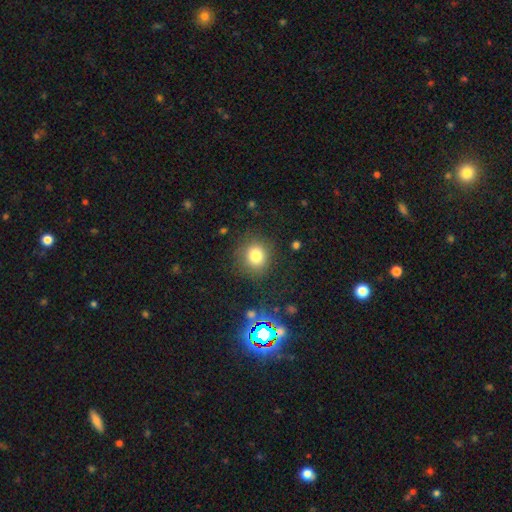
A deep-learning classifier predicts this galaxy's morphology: A smooth galaxy with no disk features (77%) that is round (85%).

Vote fractions:
- Smooth or featured? smooth: 77% / star or artifact: 15% / featured or disk: 8%
- How rounded? round: 85% / in between: 14% / cigar-shaped: 1%
- Merging? none: 84% / minor disturbance: 10% / major disturbance: 4% / merger: 2%